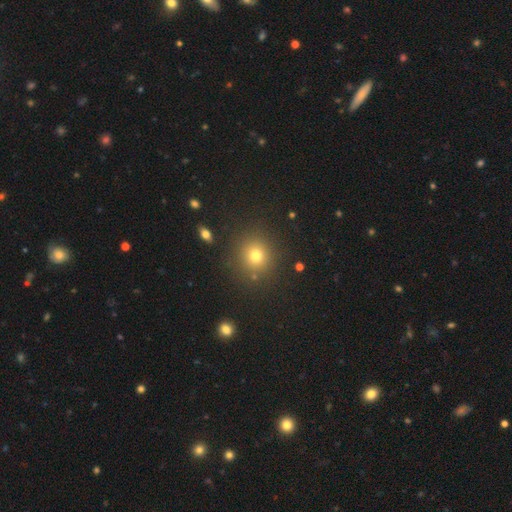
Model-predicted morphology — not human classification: Smooth or featured: smooth — 74% (star or artifact — 18%)
How rounded: round — 89% (in between — 10%)
Merging: none — 86% (minor disturbance — 8%)